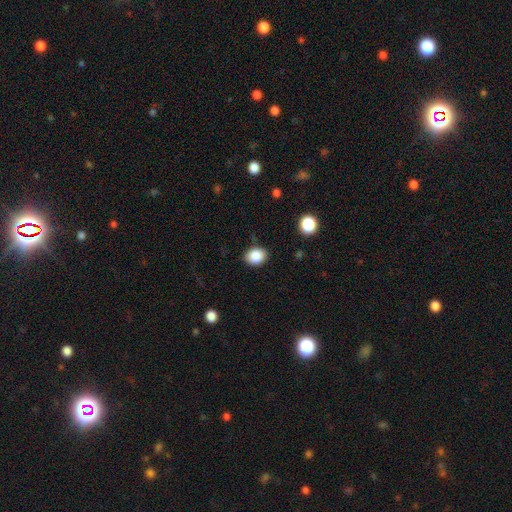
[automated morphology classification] A smooth galaxy with no disk features (86%) that is in between round and cigar-shaped (57%).

Vote fractions:
- Smooth or featured? smooth: 86% / star or artifact: 9% / featured or disk: 5%
- How rounded? in between: 57% / round: 43% / cigar-shaped: 1%
- Merging? none: 84% / minor disturbance: 12% / major disturbance: 3% / merger: 2%